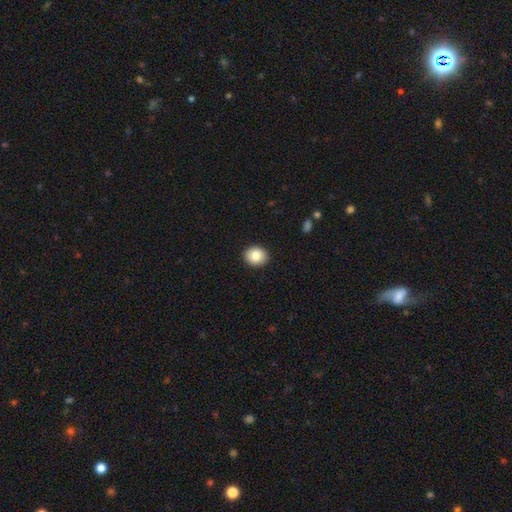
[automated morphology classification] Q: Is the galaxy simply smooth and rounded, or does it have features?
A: smooth — 84%.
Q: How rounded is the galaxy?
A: round — 68%.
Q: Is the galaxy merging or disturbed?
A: none — 92%.